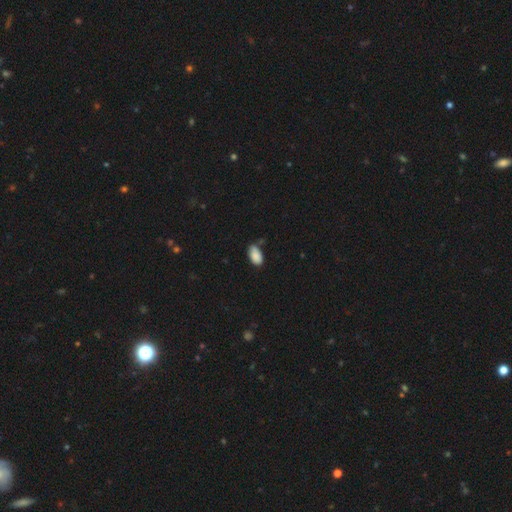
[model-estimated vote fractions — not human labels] Smooth or featured? Predicted: smooth (p=0.88). How rounded? Predicted: in between (p=0.94). Merging? Predicted: none (p=0.61).